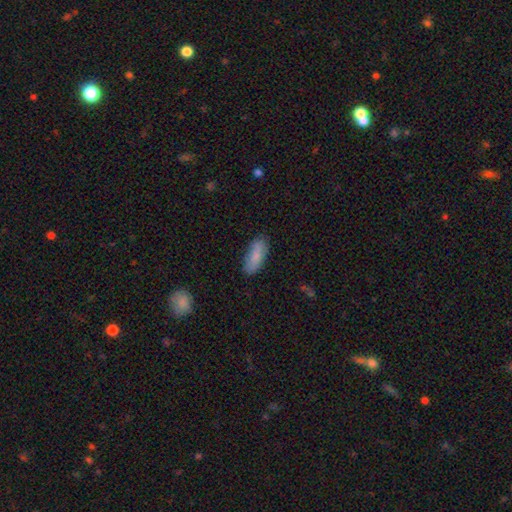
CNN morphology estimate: Smooth or featured: smooth — 82% (featured or disk — 11%)
How rounded: in between — 73% (cigar-shaped — 25%)
Merging: none — 79% (minor disturbance — 16%)